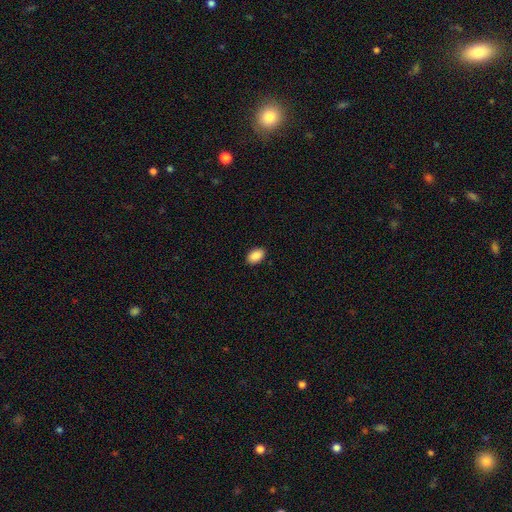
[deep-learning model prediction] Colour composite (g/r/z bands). It shows a smooth galaxy with no disk features (90%) that is in between round and cigar-shaped (91%). Merging: none (89%).